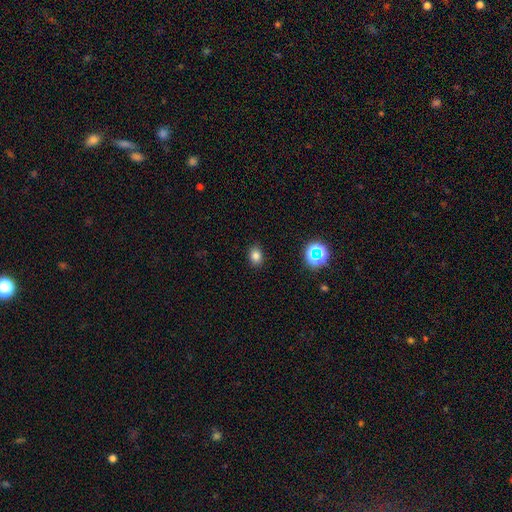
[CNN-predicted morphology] Smooth or featured: smooth — 79% (star or artifact — 16%)
How rounded: in between — 55% (round — 44%)
Merging: none — 87% (minor disturbance — 9%)